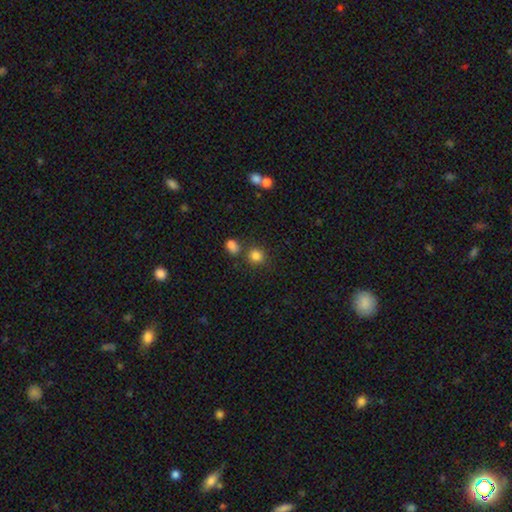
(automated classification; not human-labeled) Morphology: type=smooth (82%); roundness=round (85%); merging=none (72%).